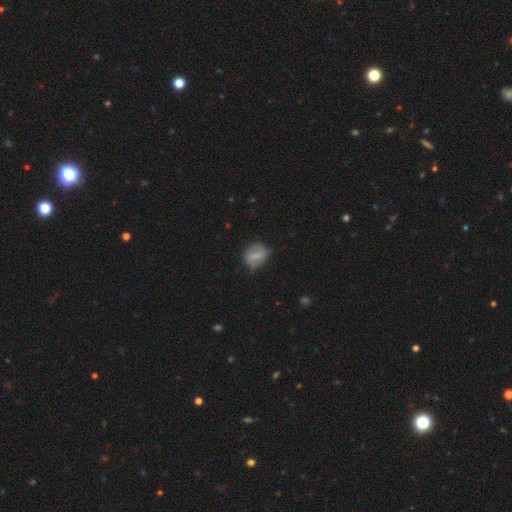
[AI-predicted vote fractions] Overall: smooth (59%; featured or disk 32%). How rounded: round (60%; in between 38%). Merging: none (66%).